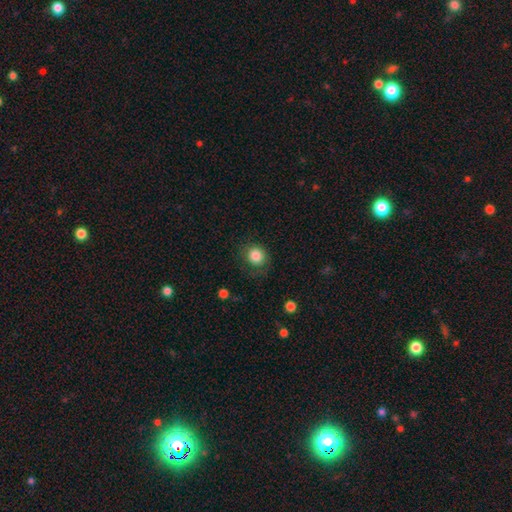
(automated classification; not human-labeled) smooth_or_featured: smooth (p=0.84) [alt: star or artifact p=0.09]
how_rounded: round (p=0.84) [alt: in between p=0.15]
merging: none (p=0.74) [alt: minor disturbance p=0.16]